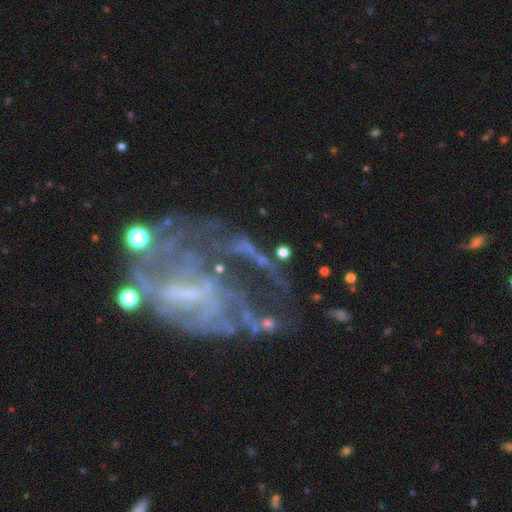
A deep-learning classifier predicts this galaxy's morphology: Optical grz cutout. It shows a featured or disk galaxy (78%) with a weak bar (44%), medium (38%) spiral arms (71%) and no central bulge (43%). Merging: major disturbance (39%).